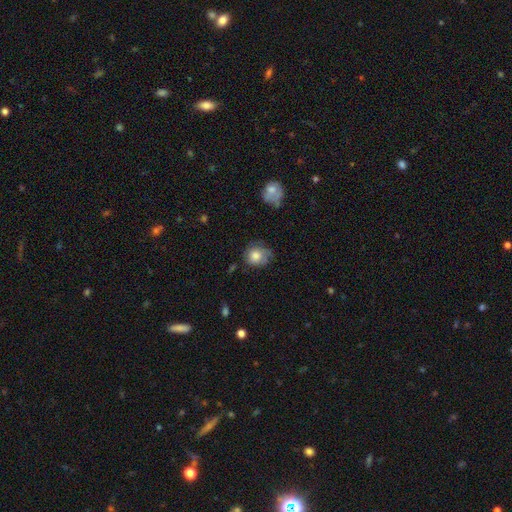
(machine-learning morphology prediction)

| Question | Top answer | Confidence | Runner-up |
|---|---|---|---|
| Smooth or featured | smooth | 73% | featured or disk (19%) |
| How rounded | round | 76% | in between (23%) |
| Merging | none | 58% | minor disturbance (28%) |